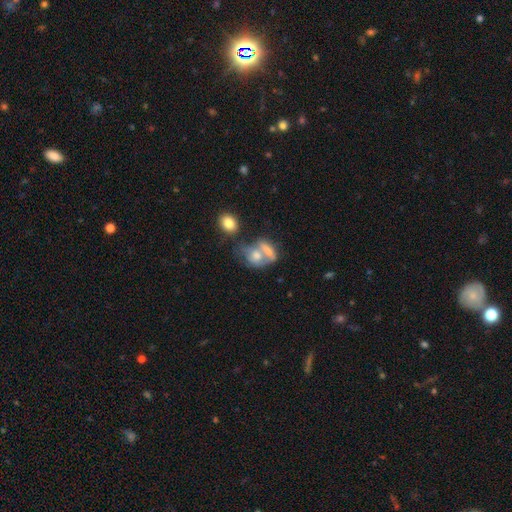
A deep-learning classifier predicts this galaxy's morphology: This is possibly a smooth galaxy (60%). How rounded: possibly in between (55%). Merging: possibly merger (56%).